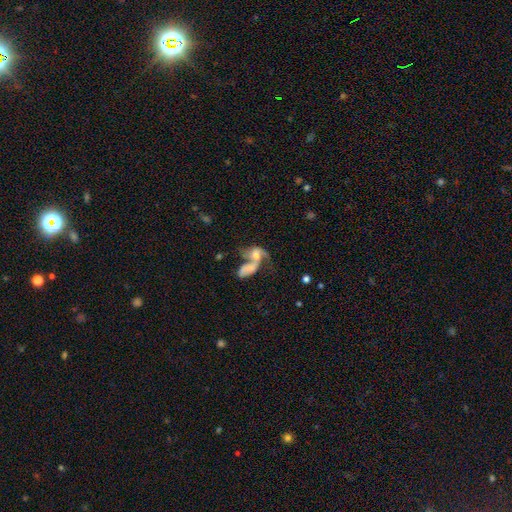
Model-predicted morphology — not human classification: A featured or disk galaxy (60%) with no bar (66%), spiral arms (73%) and a moderate central bulge (36%). Merging: merger (66%).